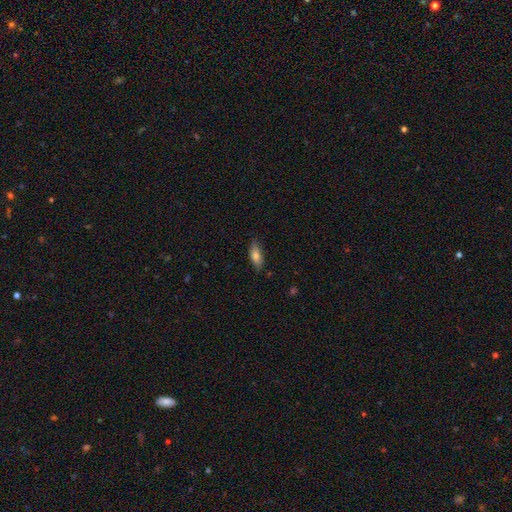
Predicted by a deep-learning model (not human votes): Smooth or featured: smooth — 72% (featured or disk — 22%)
How rounded: in between — 66% (cigar-shaped — 31%)
Merging: none — 81% (minor disturbance — 15%)